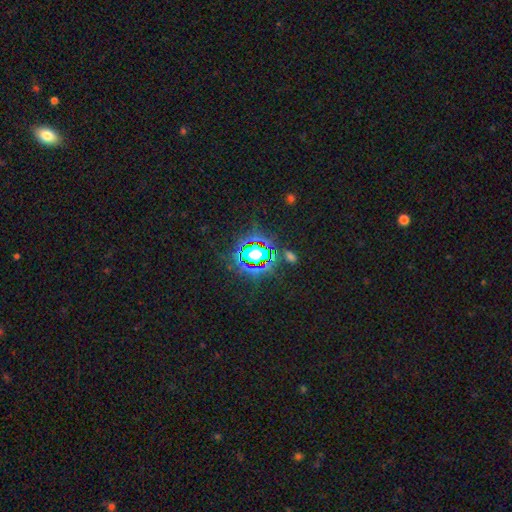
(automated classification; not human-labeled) Smooth or featured: star or artifact — 72% (smooth — 17%)